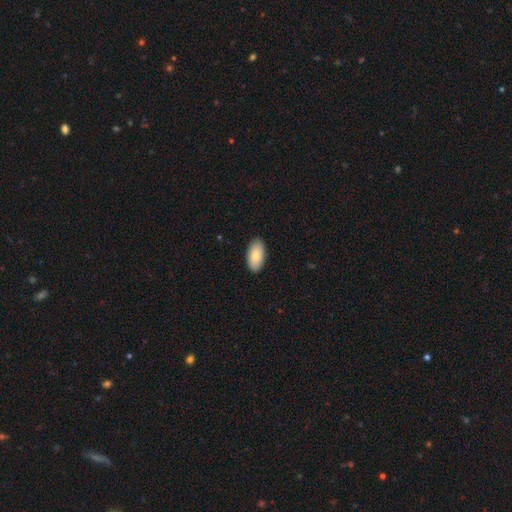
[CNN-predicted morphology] Q: Smooth or featured?
A: smooth (84%); runner-up: featured or disk (11%)
Q: How rounded?
A: in between (95%); runner-up: cigar-shaped (3%)
Q: Merging?
A: none (88%); runner-up: minor disturbance (9%)